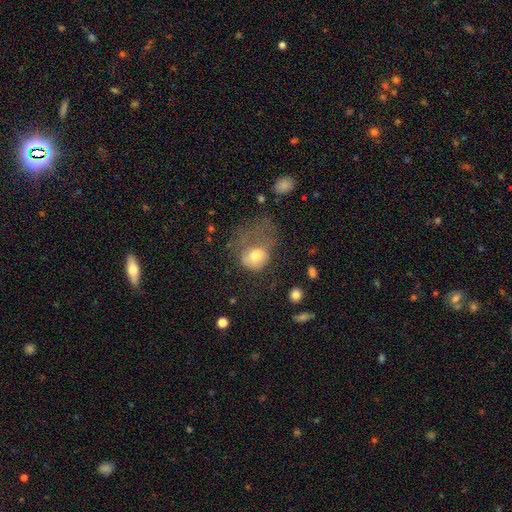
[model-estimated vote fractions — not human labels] A smooth galaxy with no disk features (66%) that is round (50%).

Vote fractions:
- Smooth or featured? smooth: 66% / featured or disk: 24% / star or artifact: 10%
- How rounded? round: 50% / in between: 49% / cigar-shaped: 1%
- Merging? major disturbance: 65% / minor disturbance: 16% / none: 15% / merger: 4%